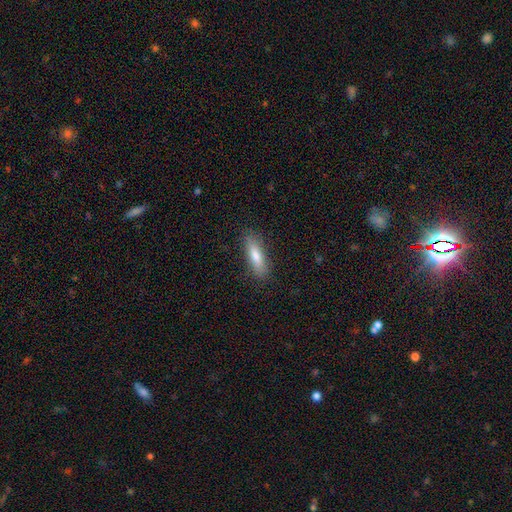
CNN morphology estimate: Overall: smooth (73%). How rounded: cigar-shaped (64%; in between 35%). Merging: none (86%).